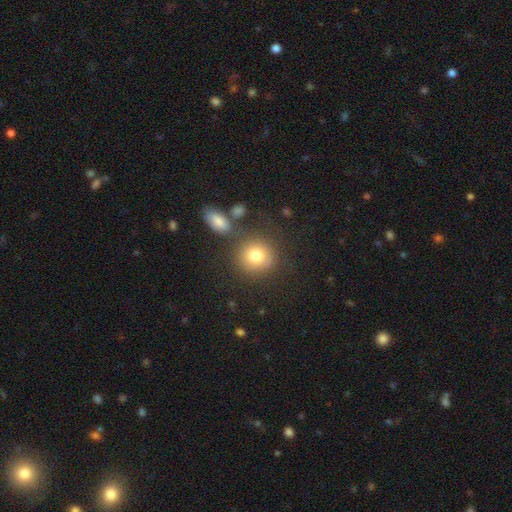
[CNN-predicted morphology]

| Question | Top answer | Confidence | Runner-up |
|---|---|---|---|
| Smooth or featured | smooth | 79% | star or artifact (11%) |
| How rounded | round | 87% | in between (11%) |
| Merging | none | 74% | minor disturbance (11%) |